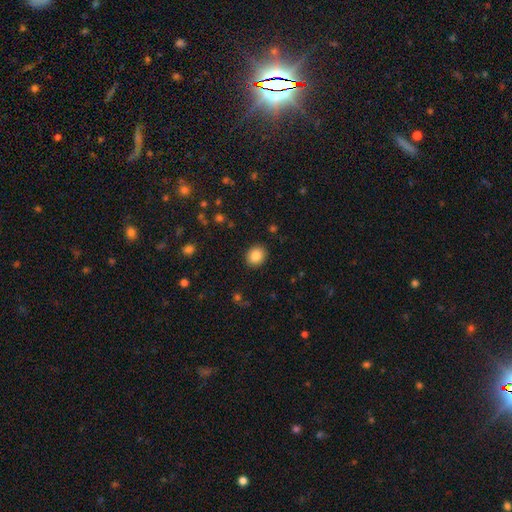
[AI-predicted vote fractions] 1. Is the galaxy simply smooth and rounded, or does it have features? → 86% smooth, 9% star or artifact, 5% featured or disk.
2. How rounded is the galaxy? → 70% round, 29% in between, 1% cigar-shaped.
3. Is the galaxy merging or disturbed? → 90% none, 7% minor disturbance, 2% major disturbance, 1% merger.